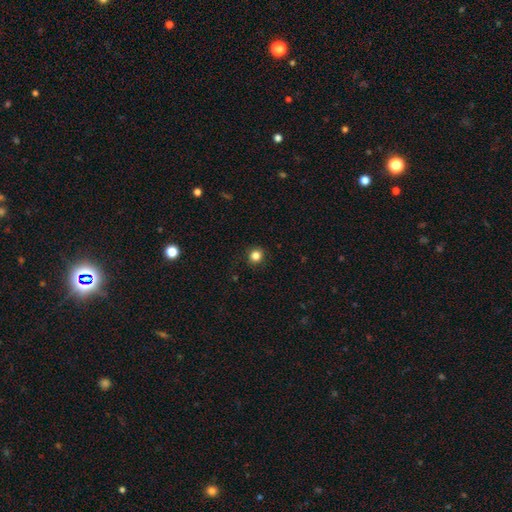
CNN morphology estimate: Smooth or featured? Predicted: smooth (p=0.84). How rounded? Predicted: round (p=0.90). Merging? Predicted: none (p=0.91).